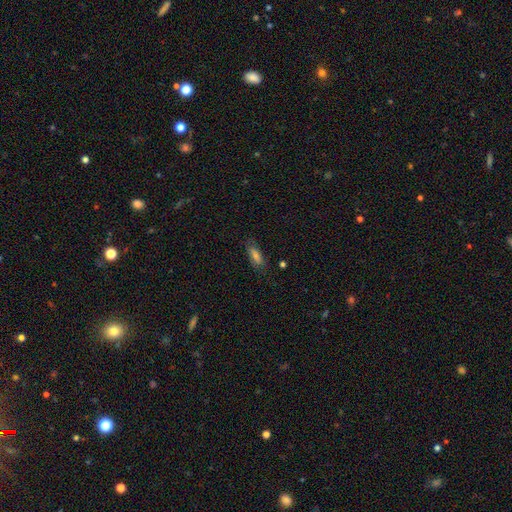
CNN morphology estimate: Smooth or featured? Predicted: smooth (p=0.61). How rounded? Predicted: in between (p=0.59). Merging? Predicted: none (p=0.76).